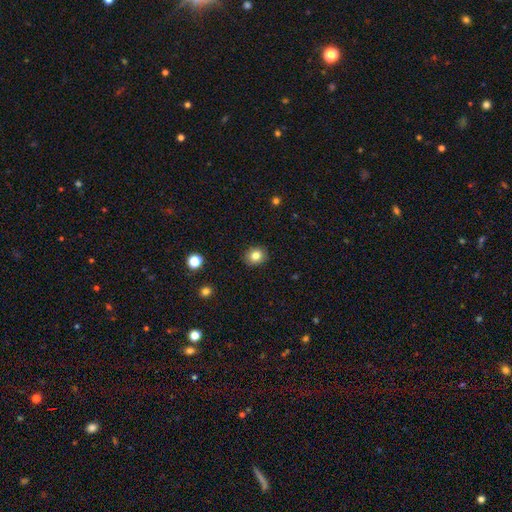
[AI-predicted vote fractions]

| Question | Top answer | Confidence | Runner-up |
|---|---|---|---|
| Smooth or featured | smooth | 82% | star or artifact (10%) |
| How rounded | round | 74% | in between (25%) |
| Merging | none | 90% | minor disturbance (7%) |